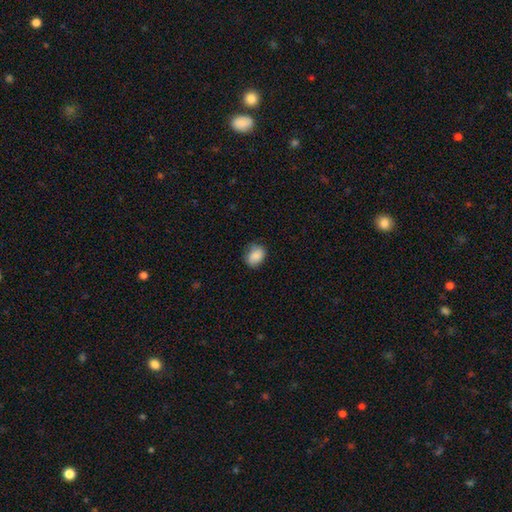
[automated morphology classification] Q: Smooth or featured?
A: smooth (86%); runner-up: star or artifact (8%)
Q: How rounded?
A: in between (58%); runner-up: round (41%)
Q: Merging?
A: none (75%); runner-up: minor disturbance (20%)